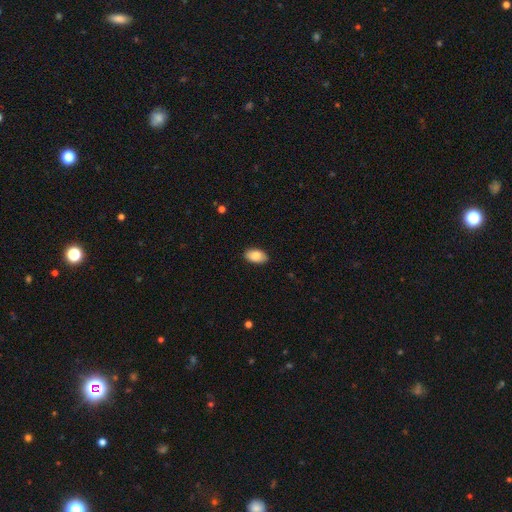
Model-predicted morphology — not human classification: type=smooth (87%); roundness=in between (94%); merging=none (87%).